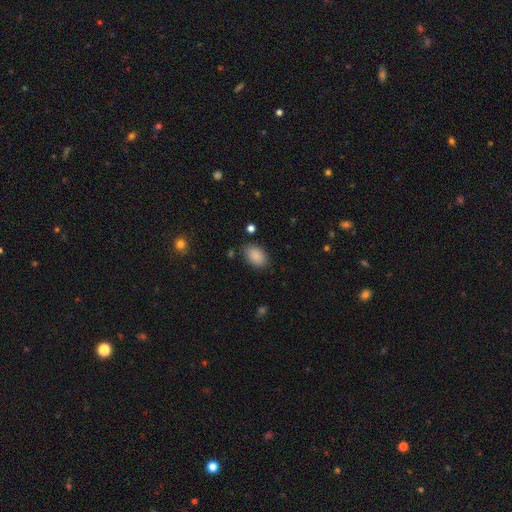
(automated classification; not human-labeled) This appears to be a smooth galaxy with no disk features (89%) that is in between round and cigar-shaped (89%). Merging: none (83%).